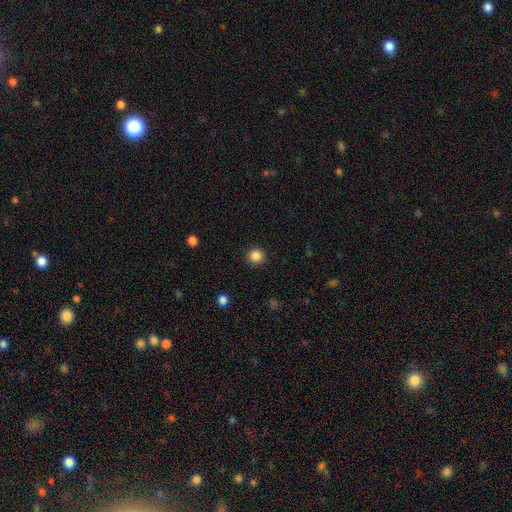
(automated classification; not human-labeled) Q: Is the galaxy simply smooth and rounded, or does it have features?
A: smooth — 86%.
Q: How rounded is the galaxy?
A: round — 94%.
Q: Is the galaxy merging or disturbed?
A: none — 92%.